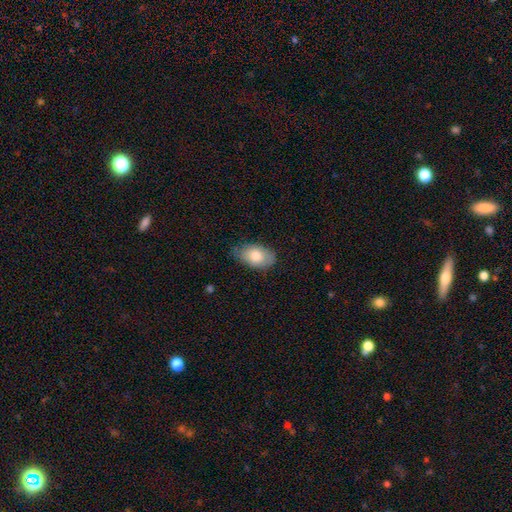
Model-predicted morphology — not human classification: Smooth or featured: smooth — 78% (featured or disk — 15%)
How rounded: in between — 91% (round — 7%)
Merging: none — 68% (minor disturbance — 26%)